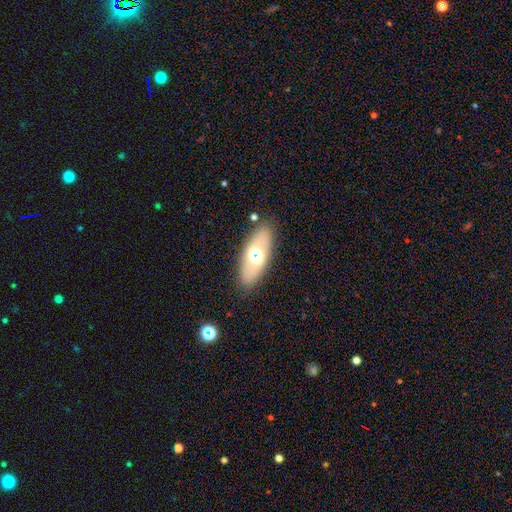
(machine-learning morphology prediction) smooth-or-featured: smooth: 55% | featured or disk: 34% | star or artifact: 10%
  how-rounded: in between: 76% | cigar-shaped: 19% | round: 5%
  merging: none: 84% | minor disturbance: 9% | major disturbance: 4% | merger: 2%